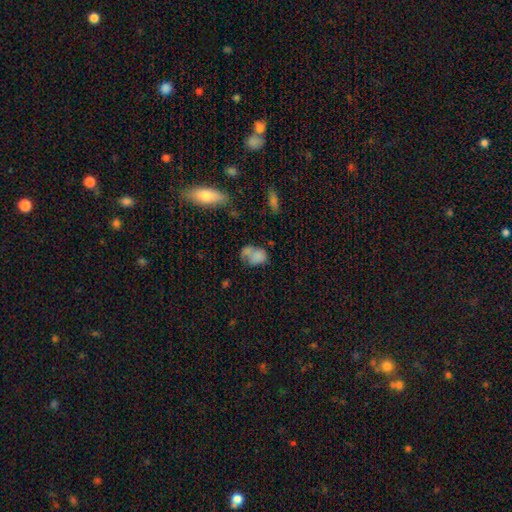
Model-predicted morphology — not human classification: smooth_or_featured: smooth (p=0.71) [alt: featured or disk p=0.17]
how_rounded: in between (p=0.74) [alt: round p=0.25]
merging: none (p=0.34) [alt: merger p=0.26]